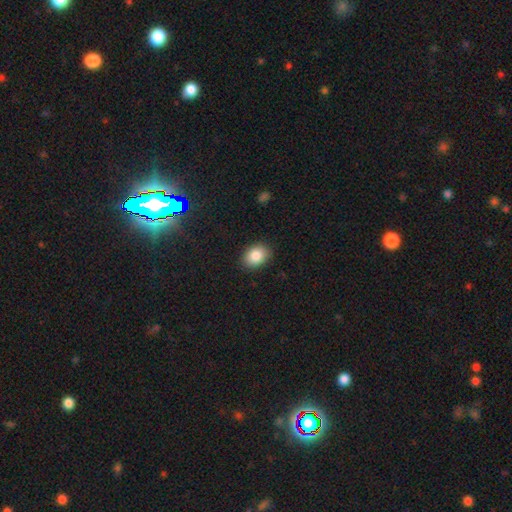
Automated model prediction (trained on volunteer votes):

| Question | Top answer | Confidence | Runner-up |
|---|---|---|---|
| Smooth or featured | smooth | 86% | star or artifact (8%) |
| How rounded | in between | 72% | round (27%) |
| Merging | none | 88% | minor disturbance (9%) |